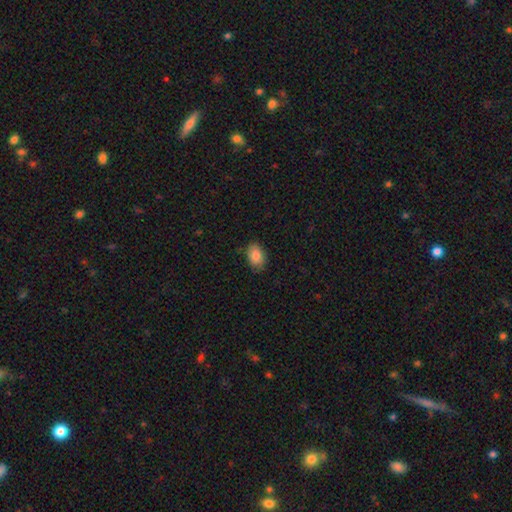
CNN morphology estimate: Smooth or featured: smooth — 84% (featured or disk — 8%)
How rounded: in between — 84% (round — 15%)
Merging: none — 81% (minor disturbance — 16%)